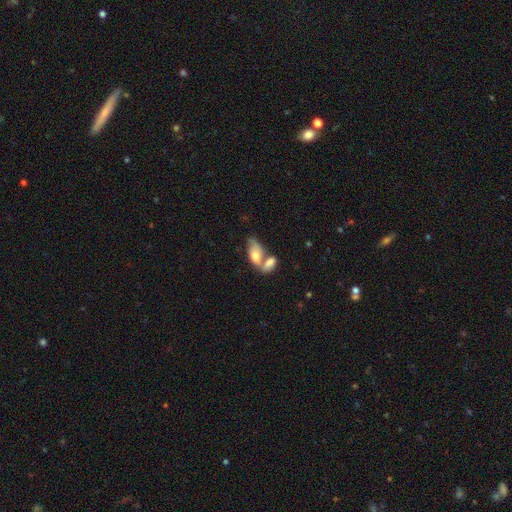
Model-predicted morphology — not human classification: smooth_or_featured: smooth (p=0.67) [alt: featured or disk p=0.26]
how_rounded: in between (p=0.89) [alt: cigar-shaped p=0.07]
merging: merger (p=0.64) [alt: none p=0.20]